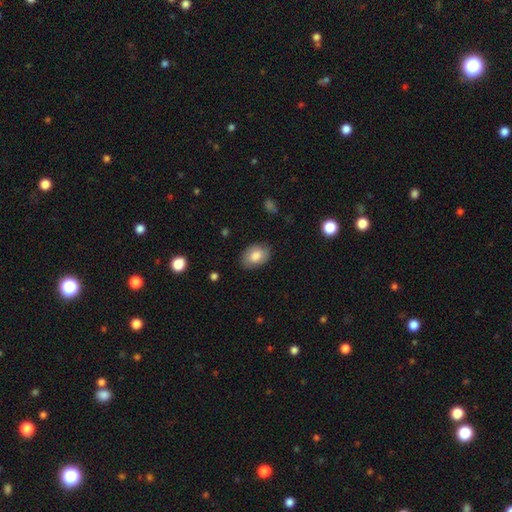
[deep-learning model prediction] Morphology: type=smooth (80%); roundness=in between (82%); merging=none (82%).